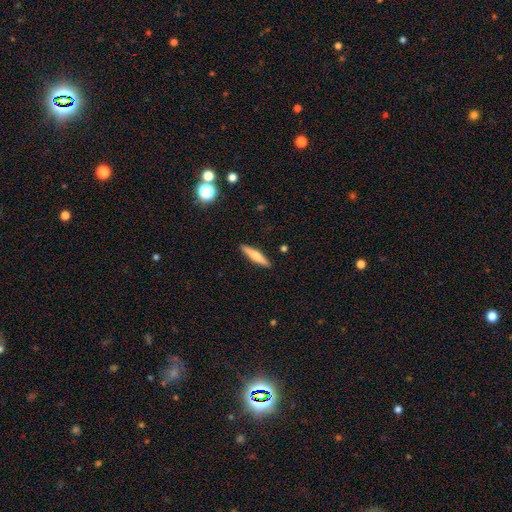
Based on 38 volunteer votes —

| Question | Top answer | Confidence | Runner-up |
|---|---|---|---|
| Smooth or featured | smooth | 66% | featured or disk (32%) |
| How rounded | cigar-shaped | 84% | in between (16%) |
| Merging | none | 86% | minor disturbance (11%) |